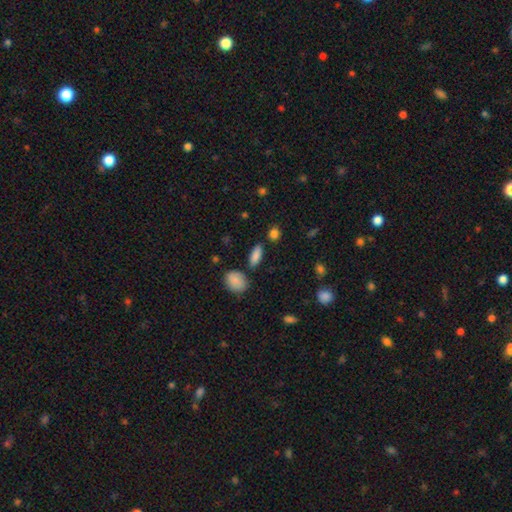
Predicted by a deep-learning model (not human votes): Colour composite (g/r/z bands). It shows a smooth galaxy with no disk features (75%) that is in between round and cigar-shaped (71%). Merging: none (78%).